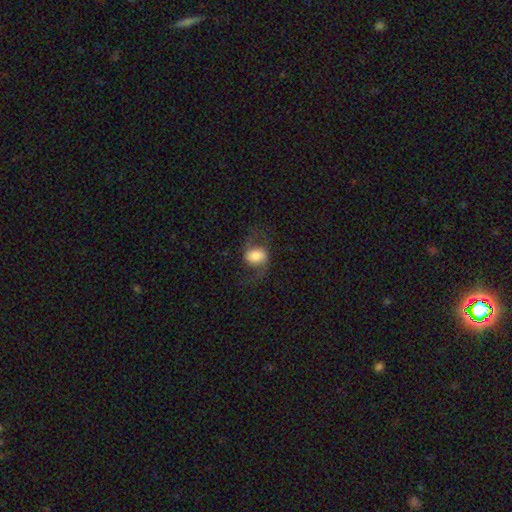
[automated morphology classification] Smooth or featured: smooth — 47% (featured or disk — 44%)
Merging: none — 62% (minor disturbance — 19%)